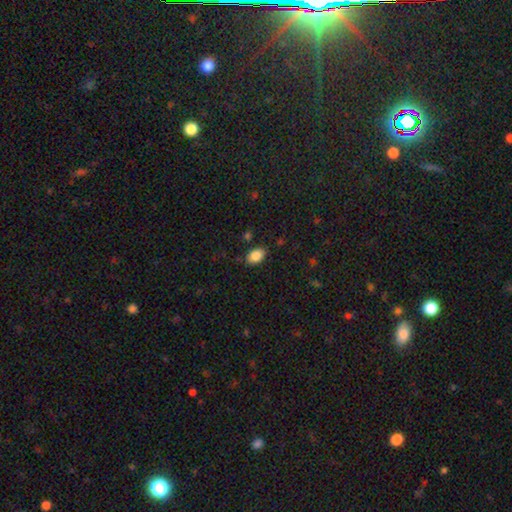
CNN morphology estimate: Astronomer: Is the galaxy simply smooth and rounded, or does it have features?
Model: smooth — 86%.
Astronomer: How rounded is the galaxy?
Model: in between — 85%.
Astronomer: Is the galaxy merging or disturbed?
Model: none — 84%.